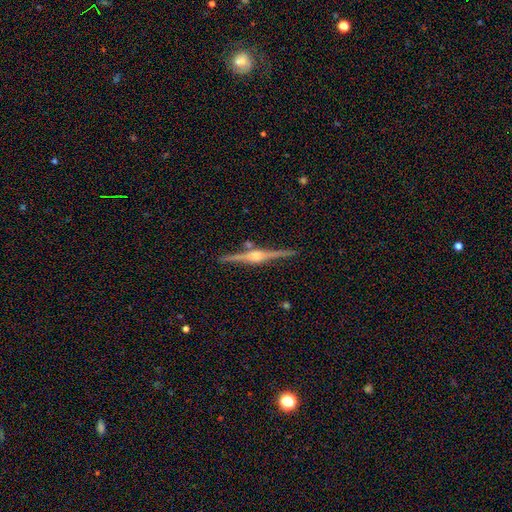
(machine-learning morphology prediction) This is clearly a featured or disk galaxy (89%). It is clearly viewed edge-on (99%). Edge-on bulge: clearly rounded (91%). Merging: clearly none (90%).